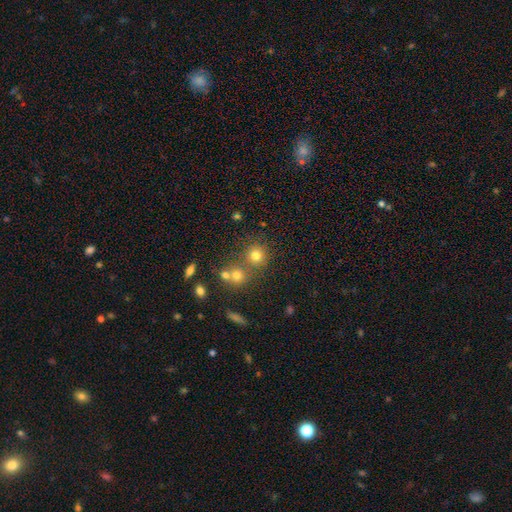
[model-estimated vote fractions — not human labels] Q: Smooth or featured?
A: smooth (74%); runner-up: star or artifact (16%)
Q: How rounded?
A: round (90%); runner-up: in between (9%)
Q: Merging?
A: none (65%); runner-up: merger (23%)